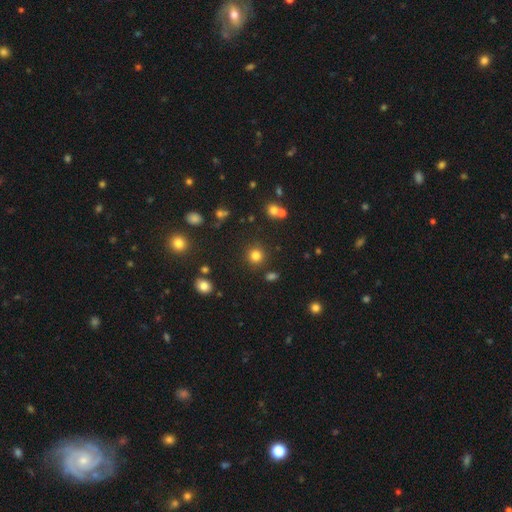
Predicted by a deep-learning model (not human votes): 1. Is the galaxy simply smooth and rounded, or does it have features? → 79% smooth, 15% star or artifact, 6% featured or disk.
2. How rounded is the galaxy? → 92% round, 7% in between, 1% cigar-shaped.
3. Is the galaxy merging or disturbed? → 87% none, 7% minor disturbance, 4% merger, 3% major disturbance.